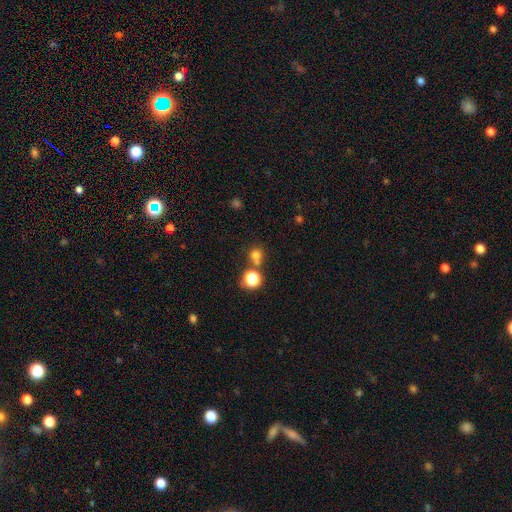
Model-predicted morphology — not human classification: type=smooth (72%); roundness=round (88%); merging=none (62%).